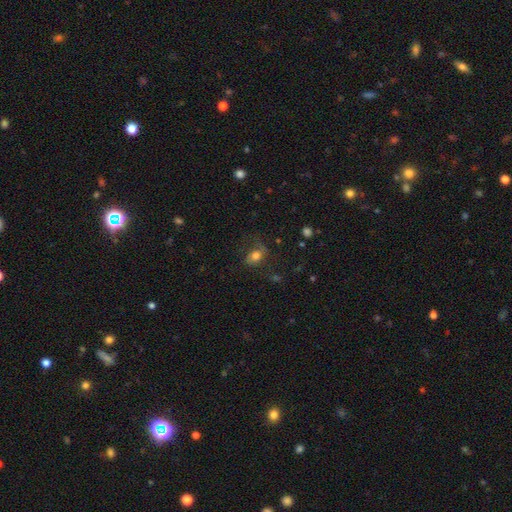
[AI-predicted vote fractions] smooth-or-featured: smooth: 68% | featured or disk: 20% | star or artifact: 12%
  how-rounded: in between: 70% | round: 29% | cigar-shaped: 2%
  merging: none: 57% | minor disturbance: 23% | major disturbance: 18% | merger: 2%